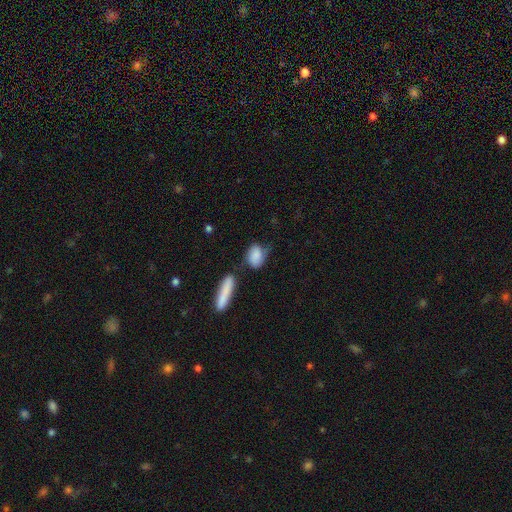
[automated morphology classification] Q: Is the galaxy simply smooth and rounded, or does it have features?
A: smooth — 81%.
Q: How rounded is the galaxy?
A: in between — 76%.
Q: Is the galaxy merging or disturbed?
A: none — 46%.